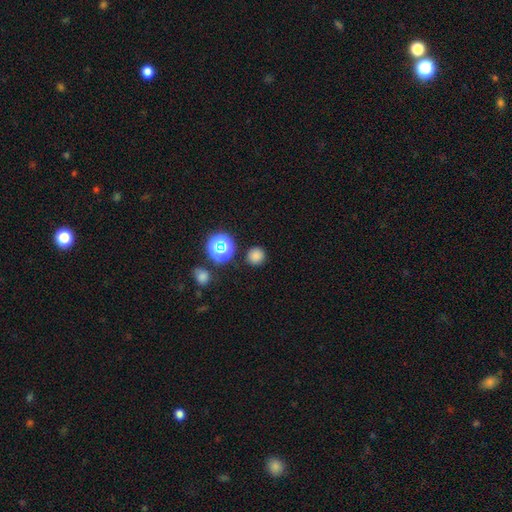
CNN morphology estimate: A smooth galaxy with no disk features (77%) that is round (92%). Merging: none (87%).